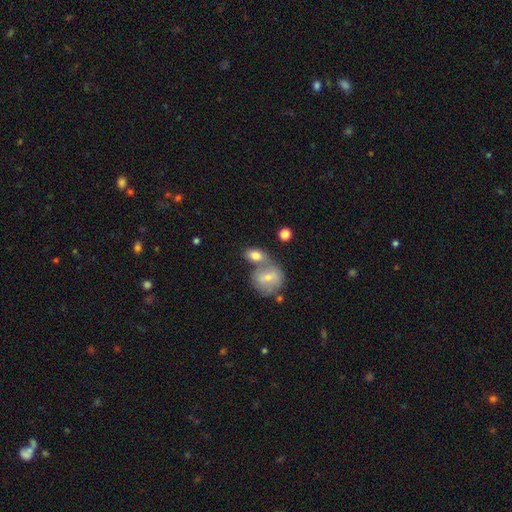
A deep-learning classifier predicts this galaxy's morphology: A smooth galaxy with no disk features (75%) that is in between round and cigar-shaped (68%).

Vote fractions:
- Smooth or featured? smooth: 75% / featured or disk: 17% / star or artifact: 8%
- How rounded? in between: 68% / round: 30% / cigar-shaped: 3%
- Merging? merger: 48% / none: 37% / minor disturbance: 11% / major disturbance: 4%